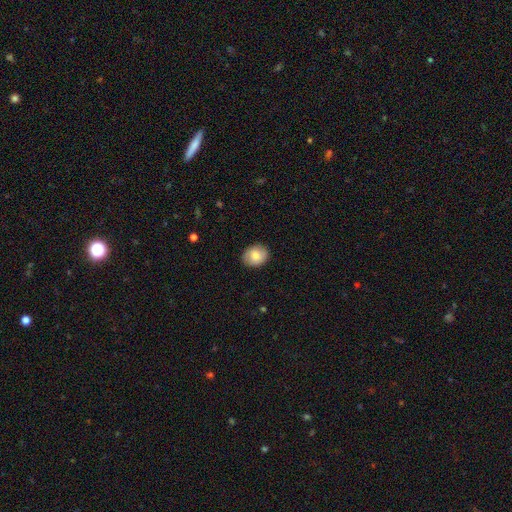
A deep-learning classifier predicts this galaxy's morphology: The model was most divided on "how rounded": in between: 51%, round: 48%, cigar-shaped: 1%. More confident: merging — none (88%); smooth or featured — smooth (79%).